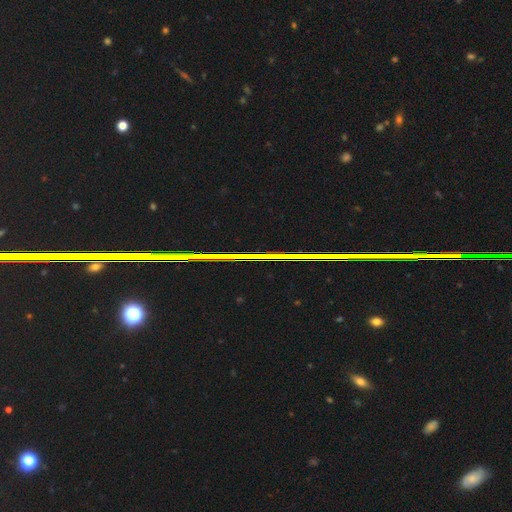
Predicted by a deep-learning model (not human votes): smooth_or_featured: star or artifact (p=0.86) [alt: featured or disk p=0.08]